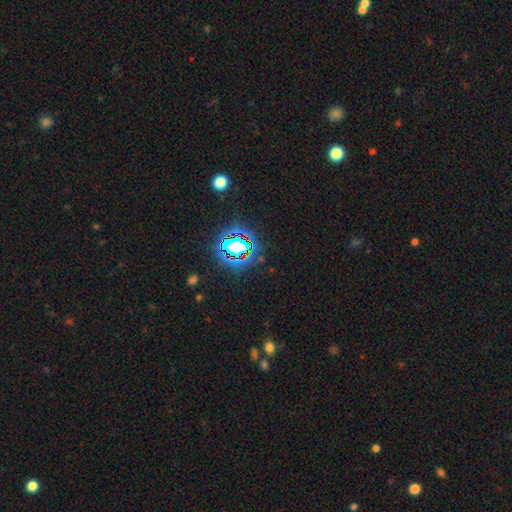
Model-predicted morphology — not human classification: A star or artifact, not a galaxy (74%).